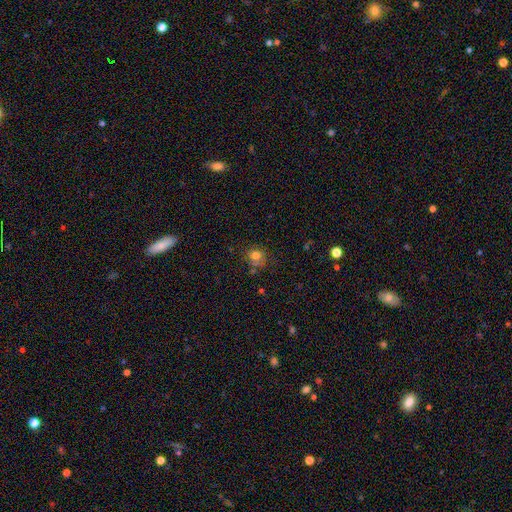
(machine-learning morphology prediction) Smooth or featured: smooth — 74% (star or artifact — 15%)
How rounded: round — 79% (in between — 20%)
Merging: none — 65% (minor disturbance — 17%)